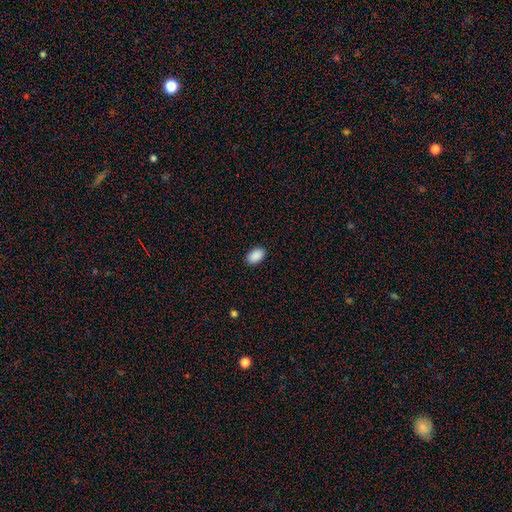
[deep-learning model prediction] This appears to be a smooth galaxy with no disk features (91%) that is in between round and cigar-shaped (91%). Merging: none (90%).